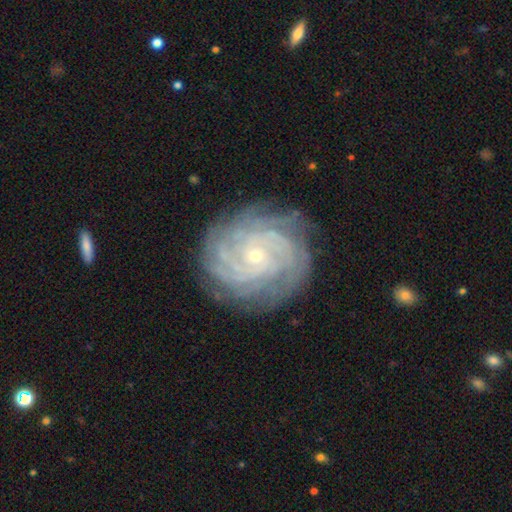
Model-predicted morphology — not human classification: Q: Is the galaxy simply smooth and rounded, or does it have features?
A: featured or disk — 88%.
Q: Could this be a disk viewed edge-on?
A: no — 98%.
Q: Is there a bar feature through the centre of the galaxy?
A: no — 77%.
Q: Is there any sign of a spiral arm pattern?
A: yes — 97%.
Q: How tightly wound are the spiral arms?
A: tight — 83%.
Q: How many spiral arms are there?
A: more than 4 — 27%.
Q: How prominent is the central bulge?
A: small — 83%.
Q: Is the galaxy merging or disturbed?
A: none — 83%.